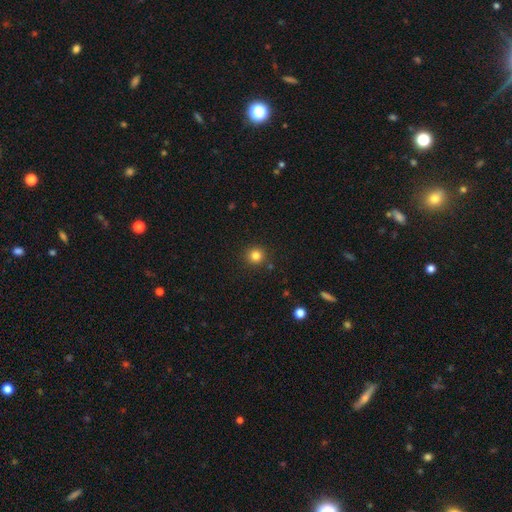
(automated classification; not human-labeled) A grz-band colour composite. It shows a smooth galaxy with no disk features (82%) that is round (94%). Merging: none (90%).